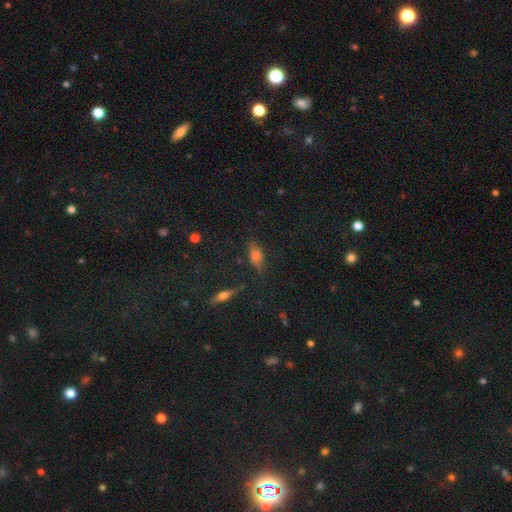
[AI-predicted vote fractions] Overall: smooth (53%; featured or disk 28%). How rounded: in between (69%). Merging: none (74%).